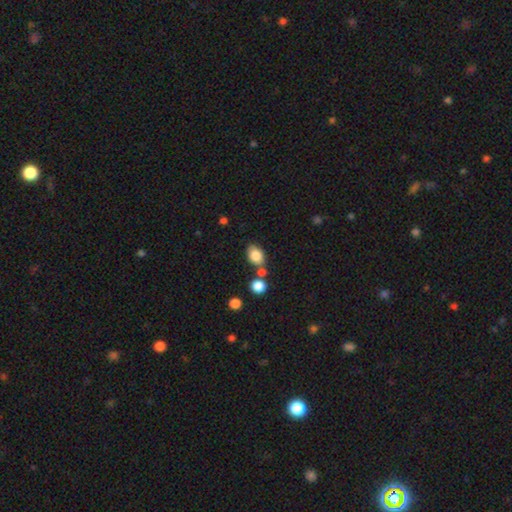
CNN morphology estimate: Overall: smooth (84%). How rounded: in between (79%). Merging: none (65%).